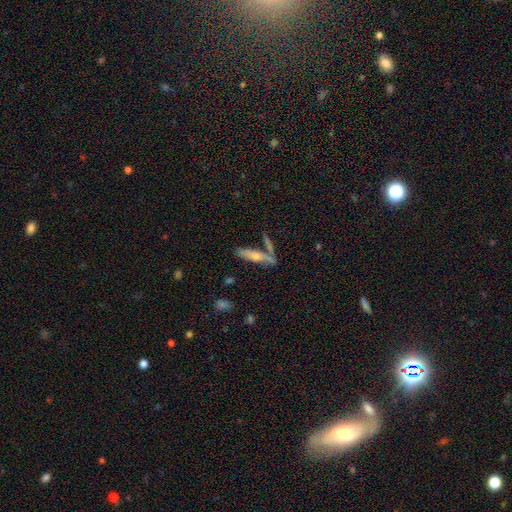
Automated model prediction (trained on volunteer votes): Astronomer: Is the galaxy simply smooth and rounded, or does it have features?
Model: smooth — 54% (runner-up: featured or disk, 39%).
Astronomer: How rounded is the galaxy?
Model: cigar-shaped — 81%.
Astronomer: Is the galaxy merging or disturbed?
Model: none — 62%.